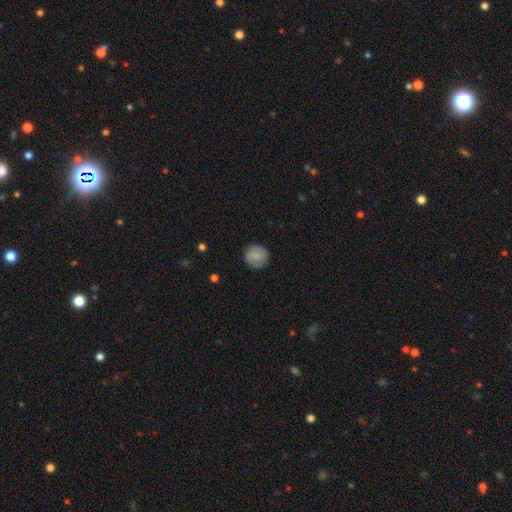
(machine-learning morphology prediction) Smooth or featured? smooth (79%)
How rounded? round (92%)
Merging? none (86%)